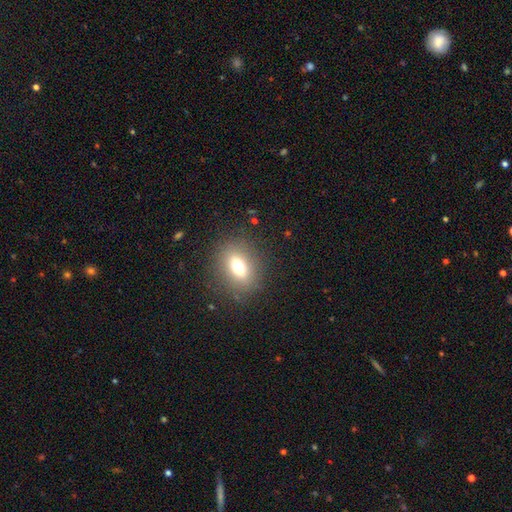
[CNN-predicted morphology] A smooth galaxy with no disk features (67%) that is in between round and cigar-shaped (53%). Merging: none (90%).